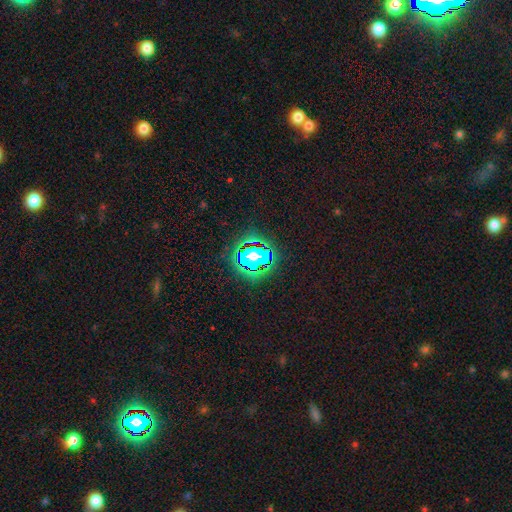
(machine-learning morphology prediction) Q: Smooth or featured?
A: star or artifact (76%); runner-up: smooth (15%)